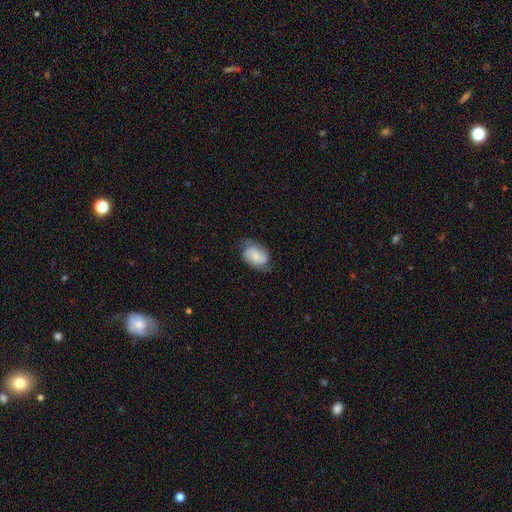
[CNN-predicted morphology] Q: Smooth or featured?
A: featured or disk (47%); runner-up: smooth (46%)
Q: Merging?
A: none (66%); runner-up: minor disturbance (25%)